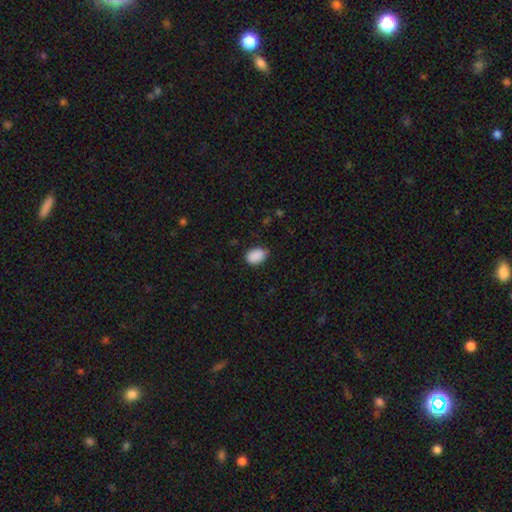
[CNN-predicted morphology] smooth-or-featured: smooth: 90% | star or artifact: 7% | featured or disk: 3%
  how-rounded: in between: 86% | round: 13% | cigar-shaped: 1%
  merging: none: 78% | minor disturbance: 18% | major disturbance: 3% | merger: 1%